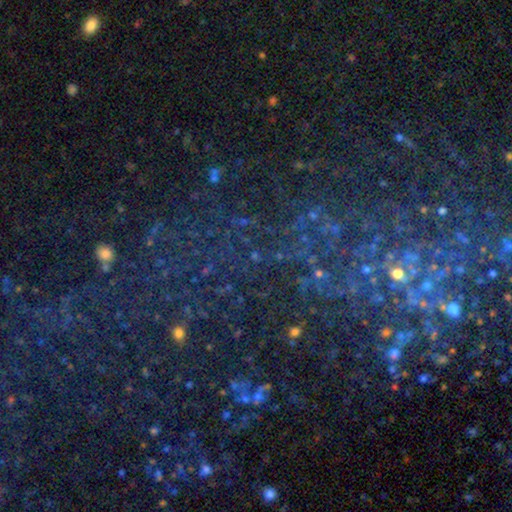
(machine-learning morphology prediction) This is likely a star or artifact rather than a galaxy (71%).